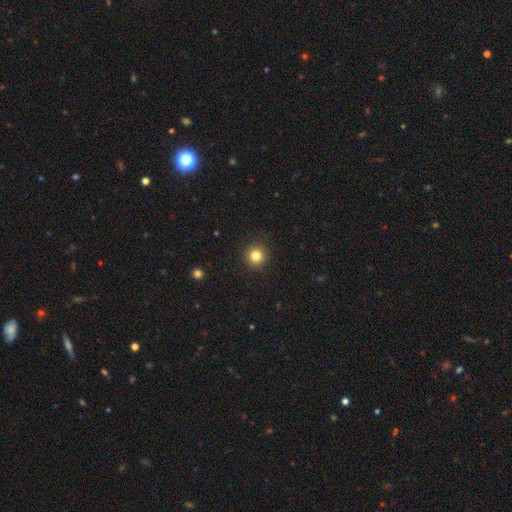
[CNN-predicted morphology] Smooth or featured?
  - smooth: 82% *
  - star or artifact: 12%
  - featured or disk: 6%
How rounded?
  - round: 95% *
  - in between: 4%
  - cigar-shaped: 1%
Merging?
  - none: 92% *
  - minor disturbance: 5%
  - major disturbance: 2%
  - merger: 1%